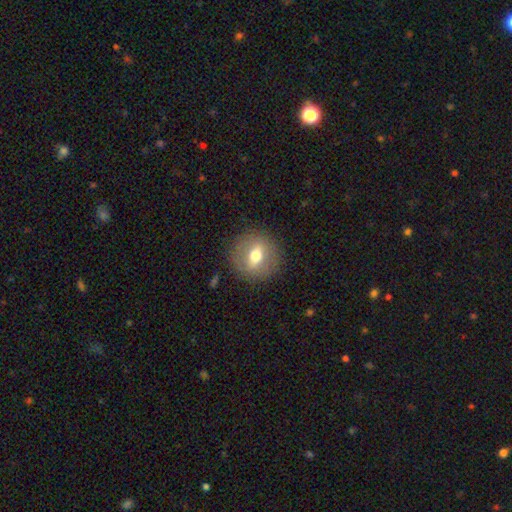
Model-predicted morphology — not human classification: Smooth or featured: smooth — 51% (featured or disk — 40%)
How rounded: round — 81% (in between — 17%)
Merging: none — 87% (minor disturbance — 8%)